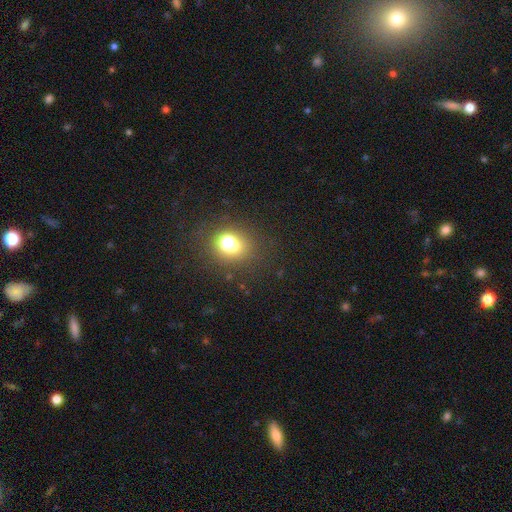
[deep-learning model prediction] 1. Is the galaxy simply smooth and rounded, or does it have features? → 69% smooth, 23% star or artifact, 8% featured or disk.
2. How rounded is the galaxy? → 57% round, 41% in between, 2% cigar-shaped.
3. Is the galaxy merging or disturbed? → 88% none, 8% minor disturbance, 3% major disturbance, 1% merger.